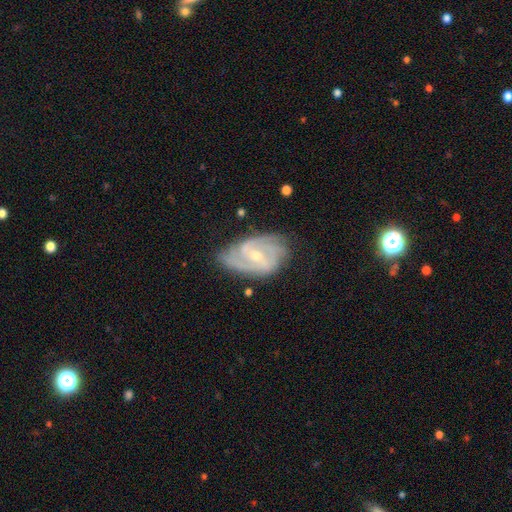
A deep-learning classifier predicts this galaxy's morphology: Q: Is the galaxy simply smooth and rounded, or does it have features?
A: featured or disk — 88%.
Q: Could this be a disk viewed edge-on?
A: no — 97%.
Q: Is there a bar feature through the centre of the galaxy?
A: weak — 50%.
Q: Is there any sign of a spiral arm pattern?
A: yes — 97%.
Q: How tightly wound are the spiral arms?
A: medium — 45%.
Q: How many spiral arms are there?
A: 2 — 45%.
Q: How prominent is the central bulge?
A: small — 59%.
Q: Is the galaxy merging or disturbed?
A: none — 69%.